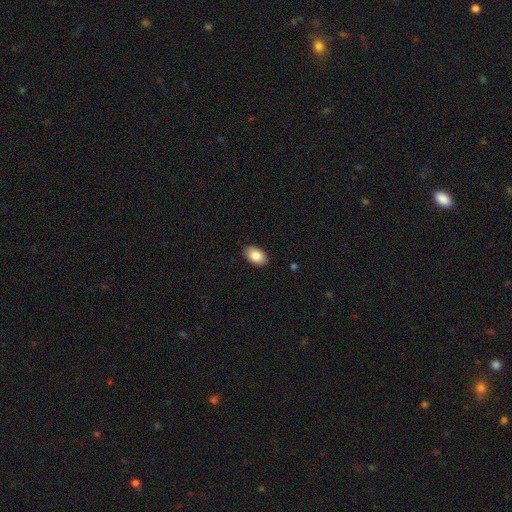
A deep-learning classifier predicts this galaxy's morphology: This is clearly a smooth galaxy (88%). How rounded: clearly in between (91%). Merging: clearly none (89%).